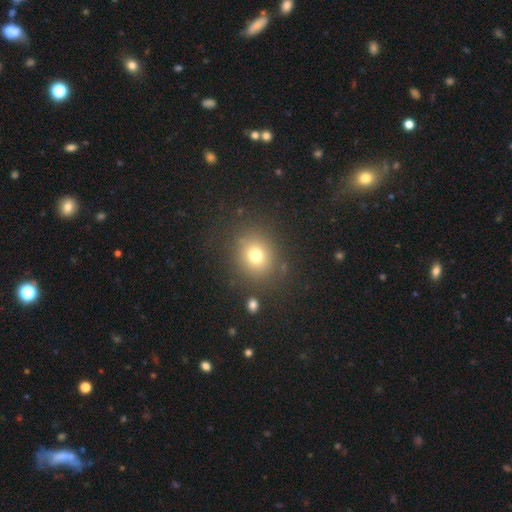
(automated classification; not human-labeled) A smooth galaxy with no disk features (73%) that is round (77%). Merging: none (82%).